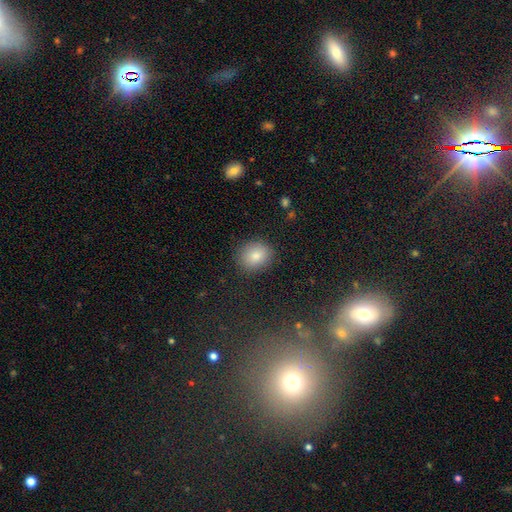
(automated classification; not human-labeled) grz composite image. It shows a smooth galaxy with no disk features (84%) that is round (59%). Merging: none (87%).